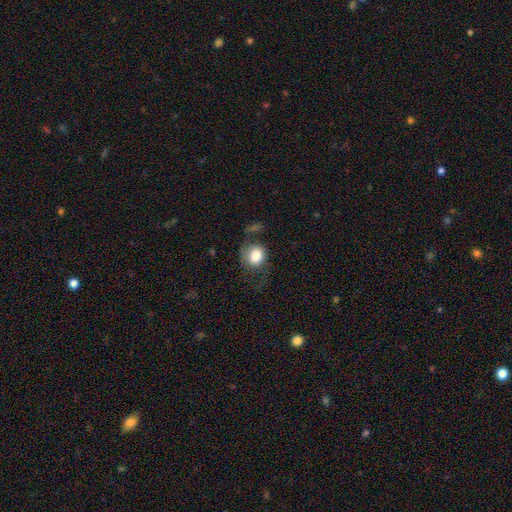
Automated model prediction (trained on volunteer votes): Smooth or featured?
  - smooth: 66% *
  - featured or disk: 26%
  - star or artifact: 8%
How rounded?
  - round: 69% *
  - in between: 30%
  - cigar-shaped: 1%
Merging?
  - none: 40% *
  - major disturbance: 32%
  - minor disturbance: 22%
  - merger: 5%